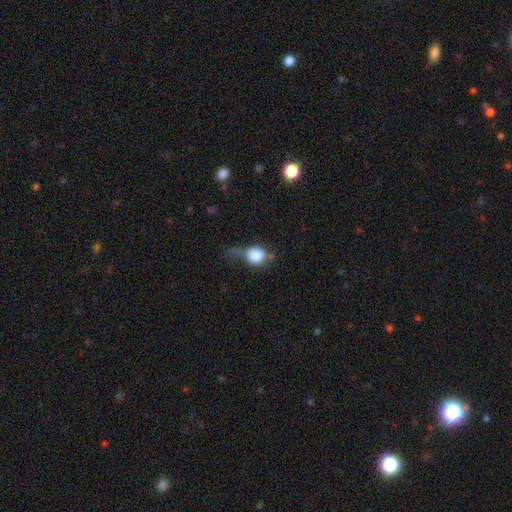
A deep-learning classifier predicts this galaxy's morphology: Smooth or featured?
  - smooth: 73% *
  - featured or disk: 17%
  - star or artifact: 9%
How rounded?
  - round: 72% *
  - in between: 26%
  - cigar-shaped: 2%
Merging?
  - major disturbance: 37% *
  - none: 29%
  - minor disturbance: 28%
  - merger: 6%